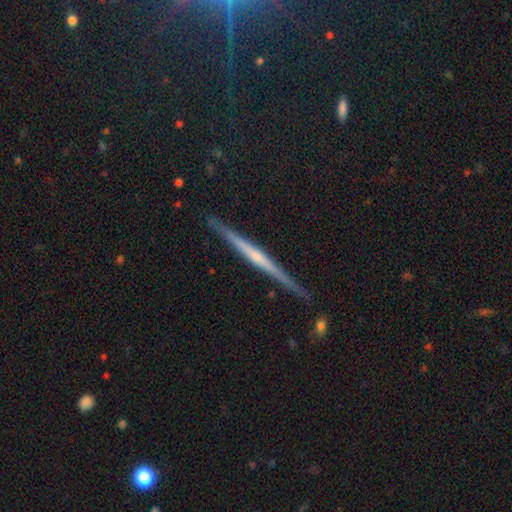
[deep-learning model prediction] smooth-or-featured: featured or disk: 71% | smooth: 21% | star or artifact: 8%
  disk-edge-on: yes: 98% | no: 2%
    edge-on-bulge: none: 52% | rounded: 37% | boxy: 12%
  merging: none: 90% | minor disturbance: 8% | major disturbance: 1% | merger: 1%